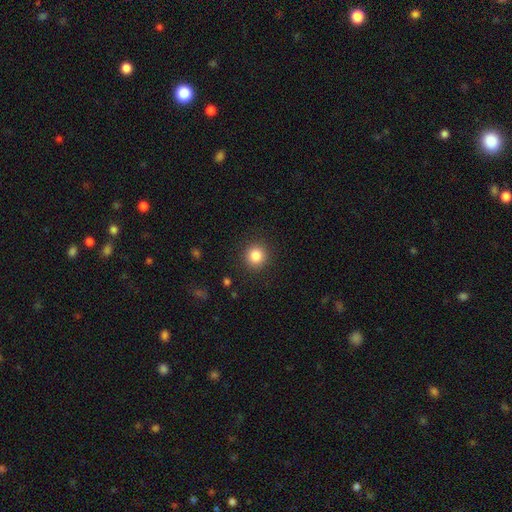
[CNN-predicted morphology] A smooth galaxy with no disk features (84%) that is round (92%). Merging: none (91%).